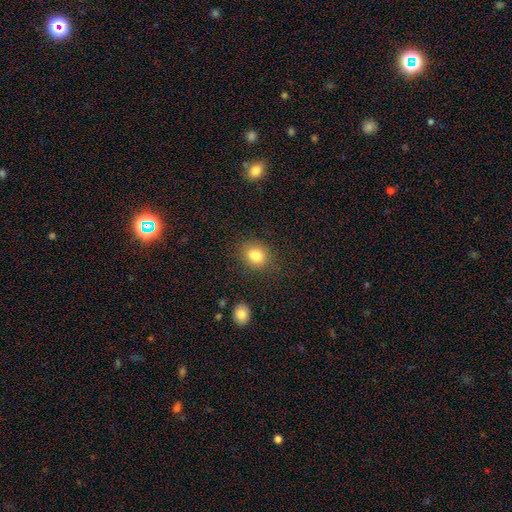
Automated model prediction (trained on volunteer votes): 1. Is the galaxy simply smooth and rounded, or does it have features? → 82% smooth, 11% star or artifact, 8% featured or disk.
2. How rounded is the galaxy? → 54% in between, 44% round, 1% cigar-shaped.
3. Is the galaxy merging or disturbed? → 75% none, 14% minor disturbance, 7% merger, 4% major disturbance.